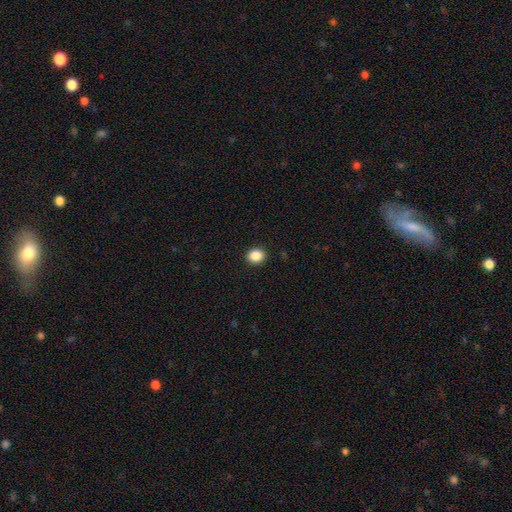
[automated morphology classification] This is clearly a smooth galaxy (87%). How rounded: likely round (69%). Merging: clearly none (92%).